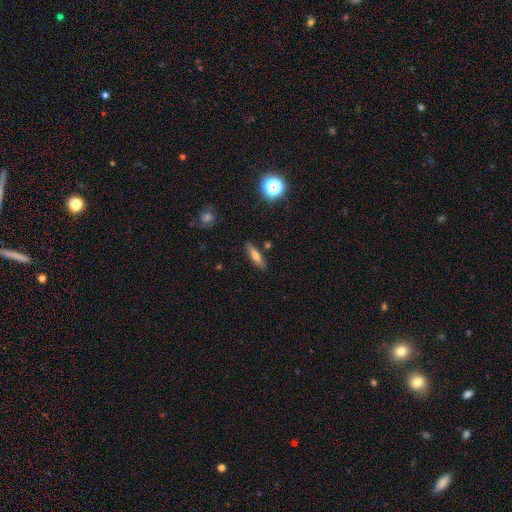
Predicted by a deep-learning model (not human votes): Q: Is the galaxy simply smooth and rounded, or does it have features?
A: smooth — 71%.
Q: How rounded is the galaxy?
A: cigar-shaped — 58%.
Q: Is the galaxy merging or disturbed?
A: none — 85%.